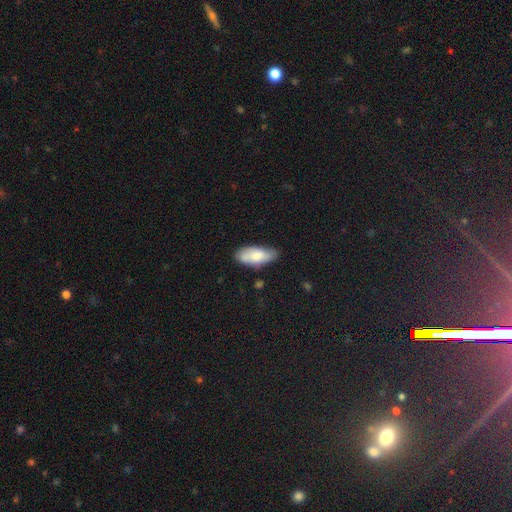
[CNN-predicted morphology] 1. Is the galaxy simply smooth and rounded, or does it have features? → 71% smooth, 23% featured or disk, 6% star or artifact.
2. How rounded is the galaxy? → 86% in between, 12% cigar-shaped, 2% round.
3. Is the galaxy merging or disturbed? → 67% none, 26% minor disturbance, 5% major disturbance, 3% merger.